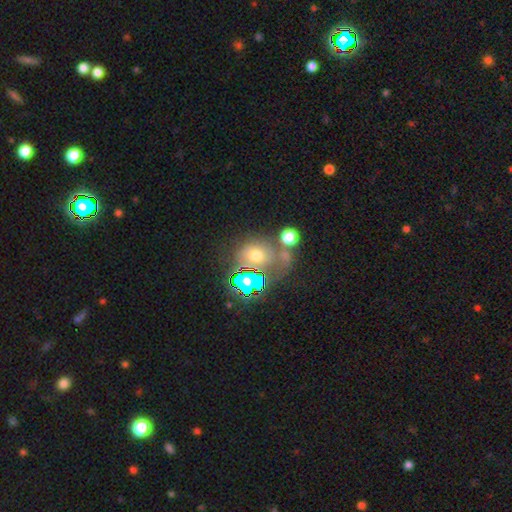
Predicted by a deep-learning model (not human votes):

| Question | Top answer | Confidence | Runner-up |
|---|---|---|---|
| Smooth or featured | smooth | 53% | star or artifact (30%) |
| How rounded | round | 56% | in between (42%) |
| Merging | none | 53% | merger (22%) |